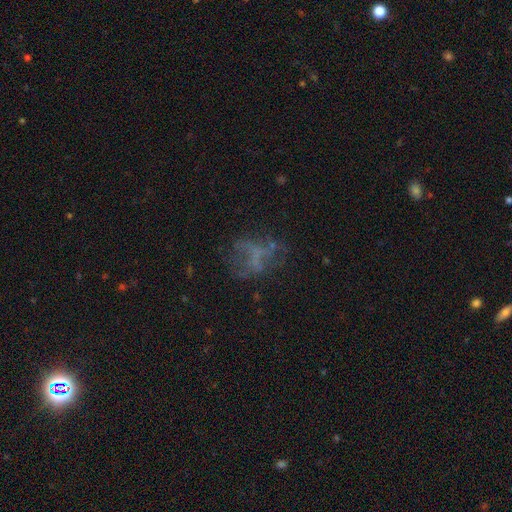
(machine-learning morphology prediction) smooth-or-featured: featured or disk: 48% | smooth: 29% | star or artifact: 23%
  merging: none: 48% | major disturbance: 30% | minor disturbance: 18% | merger: 5%